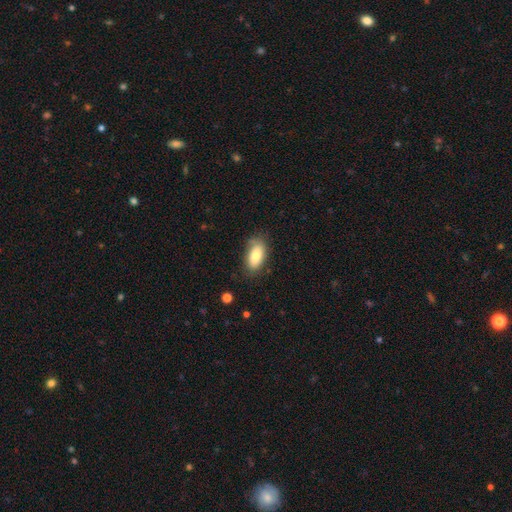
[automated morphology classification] smooth 81%, featured or disk 12%, star or artifact 7%. Down the decision tree: how rounded — in between (89%); merging — none (75%).